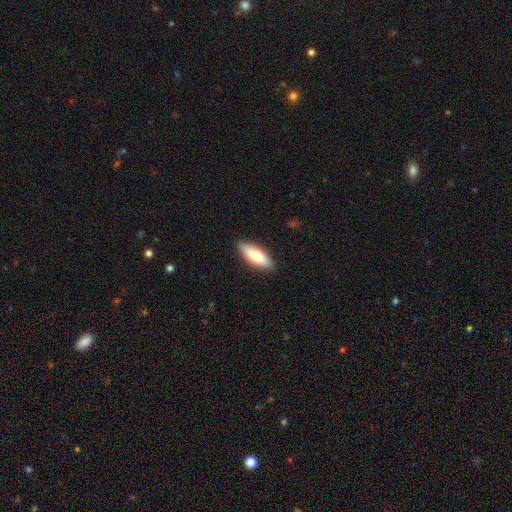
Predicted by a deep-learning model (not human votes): smooth_or_featured: smooth (p=0.76) [alt: featured or disk p=0.18]
how_rounded: in between (p=0.64) [alt: cigar-shaped p=0.34]
merging: none (p=0.88) [alt: minor disturbance p=0.09]